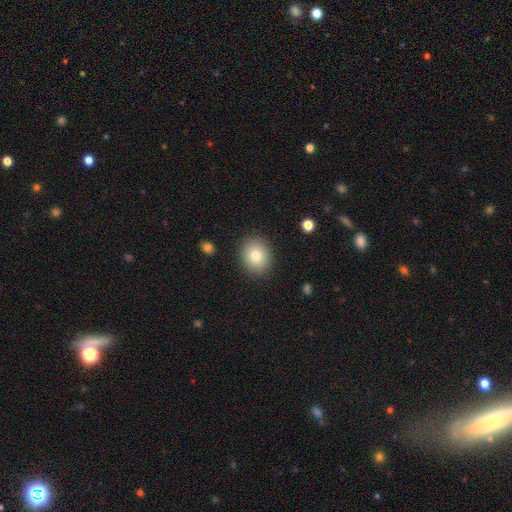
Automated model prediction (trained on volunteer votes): Smooth or featured?
  - smooth: 79% *
  - featured or disk: 11%
  - star or artifact: 10%
How rounded?
  - round: 68% *
  - in between: 32%
  - cigar-shaped: 1%
Merging?
  - none: 89% *
  - minor disturbance: 8%
  - major disturbance: 2%
  - merger: 1%